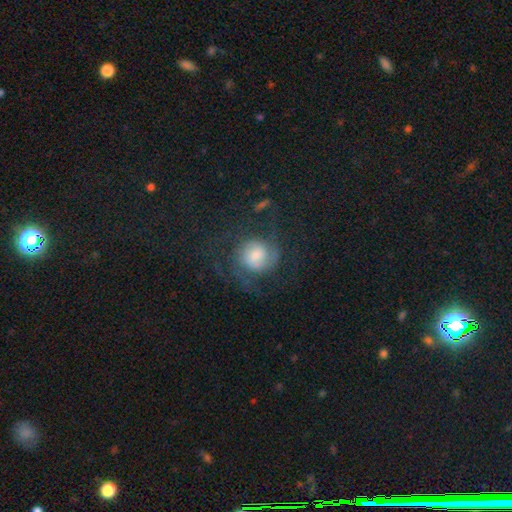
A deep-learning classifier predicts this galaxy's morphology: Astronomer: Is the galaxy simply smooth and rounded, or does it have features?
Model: featured or disk — 61%.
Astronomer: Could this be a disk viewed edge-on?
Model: no — 97%.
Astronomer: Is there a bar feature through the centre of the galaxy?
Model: no — 56% (runner-up: weak, 37%).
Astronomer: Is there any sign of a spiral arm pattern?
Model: yes — 89%.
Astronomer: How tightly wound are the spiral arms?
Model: medium — 43% (runner-up: tight, 32%).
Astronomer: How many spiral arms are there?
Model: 2 — 48%.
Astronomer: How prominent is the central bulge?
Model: moderate — 36% (runner-up: large, 31%).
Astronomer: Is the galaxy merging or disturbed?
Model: none — 60%.